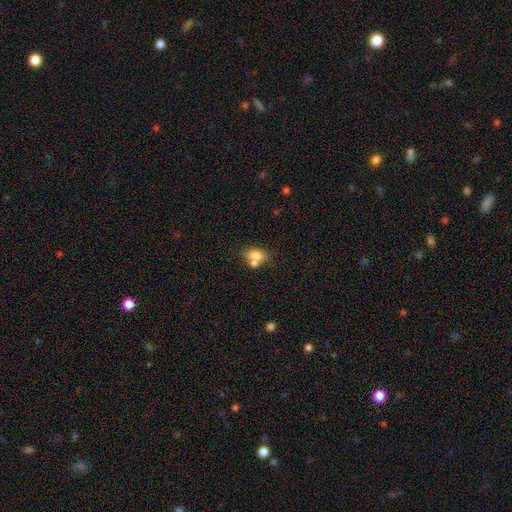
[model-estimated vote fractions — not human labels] Q: Smooth or featured?
A: smooth (77%); runner-up: featured or disk (13%)
Q: How rounded?
A: in between (71%); runner-up: round (27%)
Q: Merging?
A: none (47%); runner-up: merger (35%)